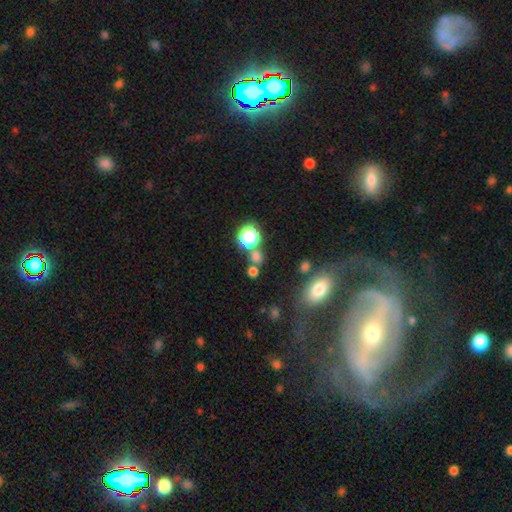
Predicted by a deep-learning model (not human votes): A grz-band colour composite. It shows a smooth galaxy with no disk features (66%) that is round (79%). Merging: none (65%).